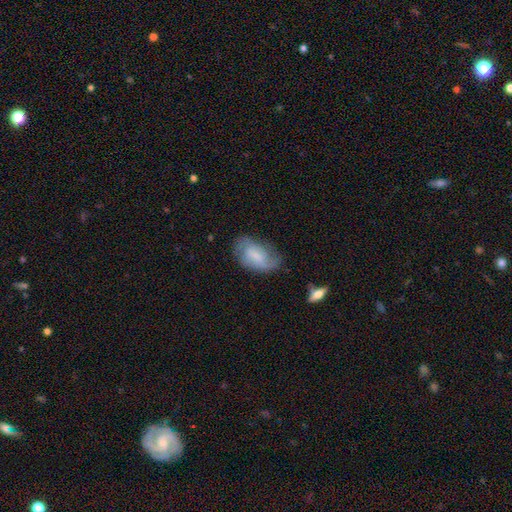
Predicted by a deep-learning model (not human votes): featured or disk 54%, smooth 39%, star or artifact 7%. Down the decision tree: edge-on disk — no (96%); bar — weak (51%); spiral arms — yes (83%); bulge size — small (44%); merging — none (58%).